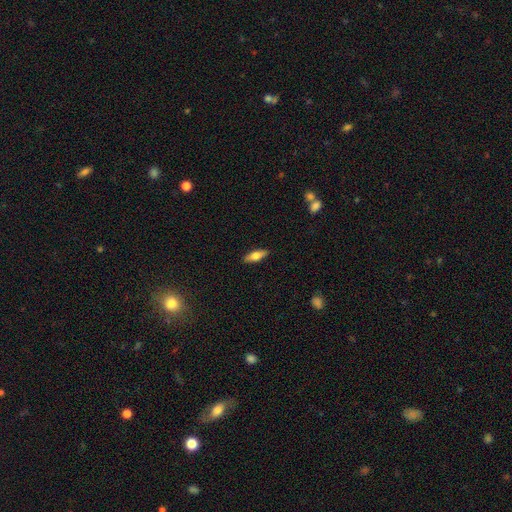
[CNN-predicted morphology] This appears to be a smooth galaxy with no disk features (60%) that is in between round and cigar-shaped (57%). Merging: none (89%).